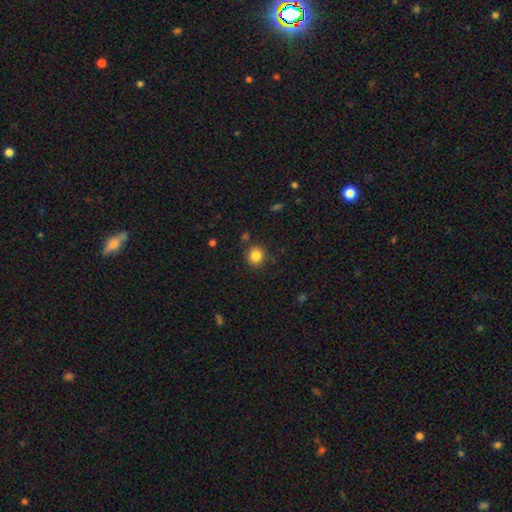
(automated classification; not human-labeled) Morphology: type=smooth (85%); roundness=round (86%); merging=none (85%).